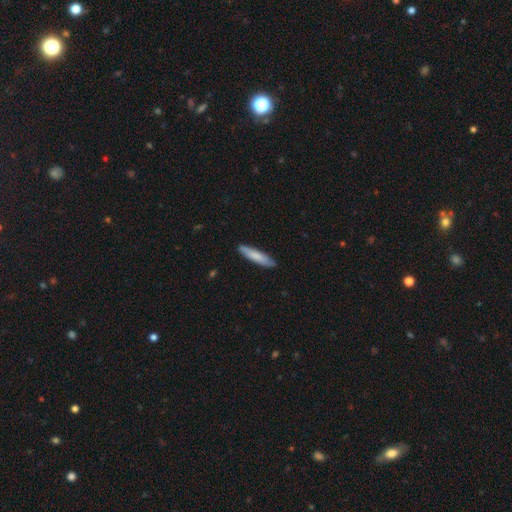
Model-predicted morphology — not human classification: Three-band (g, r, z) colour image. It shows a smooth galaxy with no disk features (77%) that is cigar-shaped (85%). Merging: none (86%).